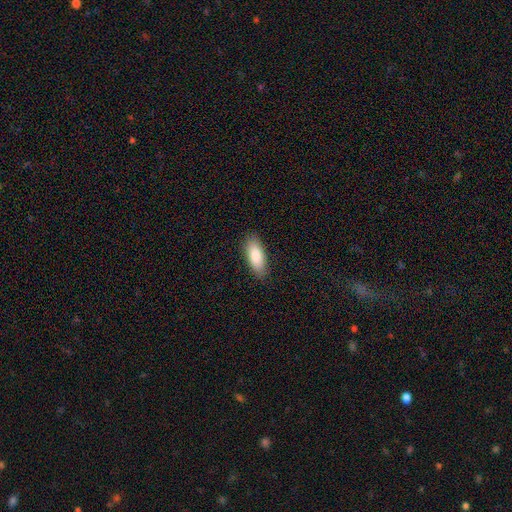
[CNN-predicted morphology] smooth 85%, featured or disk 10%, star or artifact 6%. Down the decision tree: how rounded — in between (77%); merging — none (87%).